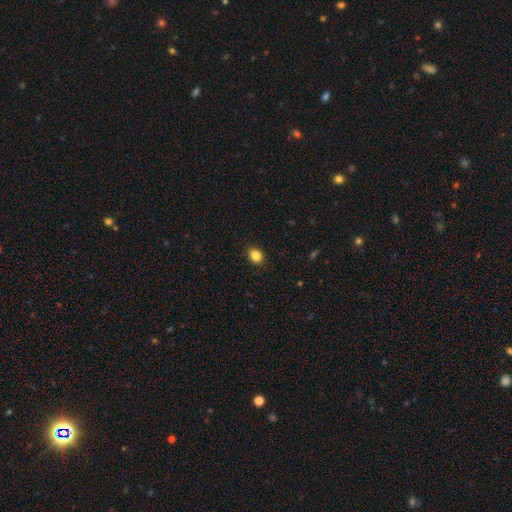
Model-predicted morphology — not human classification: type=smooth (86%); roundness=in between (58%); merging=none (89%).